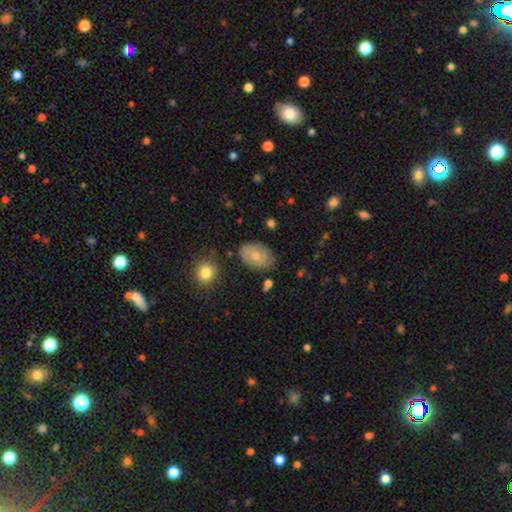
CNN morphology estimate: This appears to be a smooth galaxy with no disk features (62%) that is in between round and cigar-shaped (86%). Merging: none (78%).